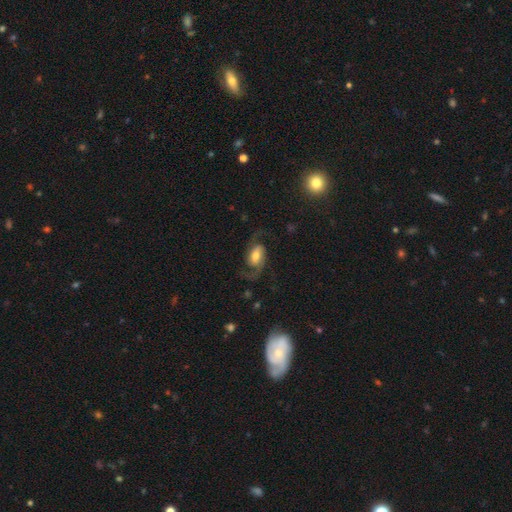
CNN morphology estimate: The model was most divided on "bar": weak: 43%, no: 36%, strong: 21%. More confident: edge-on disk — no (97%); spiral arms — yes (96%); spiral arm count — 2 (91%); smooth or featured — featured or disk (79%); merging — none (67%); spiral winding — loose (53%); bulge size — moderate (53%).